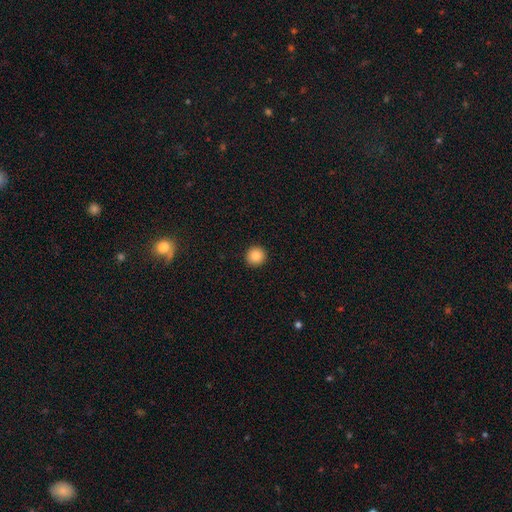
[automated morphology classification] Smooth or featured?
  - smooth: 84% *
  - star or artifact: 10%
  - featured or disk: 6%
How rounded?
  - round: 95% *
  - in between: 4%
  - cigar-shaped: 1%
Merging?
  - none: 93% *
  - minor disturbance: 4%
  - major disturbance: 1%
  - merger: 1%